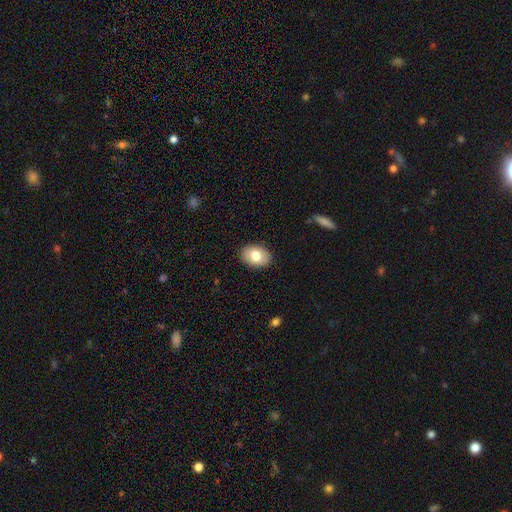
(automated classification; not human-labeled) A smooth galaxy with no disk features (78%) that is in between round and cigar-shaped (81%).

Vote fractions:
- Smooth or featured? smooth: 78% / featured or disk: 15% / star or artifact: 7%
- How rounded? in between: 81% / round: 18% / cigar-shaped: 1%
- Merging? none: 89% / minor disturbance: 8% / major disturbance: 2% / merger: 1%